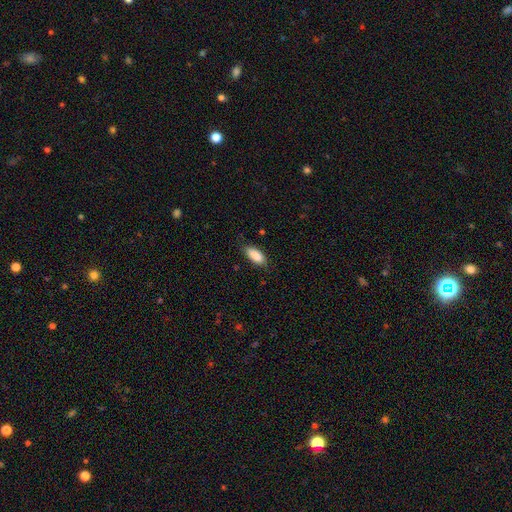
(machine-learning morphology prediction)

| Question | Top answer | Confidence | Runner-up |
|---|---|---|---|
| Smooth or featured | smooth | 89% | star or artifact (6%) |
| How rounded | in between | 84% | cigar-shaped (14%) |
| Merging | none | 82% | minor disturbance (14%) |